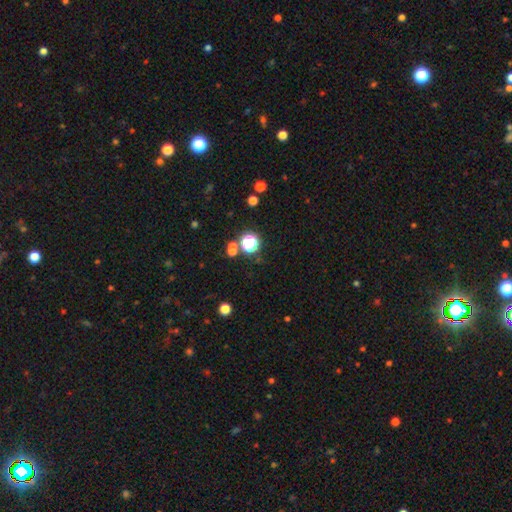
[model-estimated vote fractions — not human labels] Q: Smooth or featured?
A: star or artifact (68%); runner-up: smooth (24%)